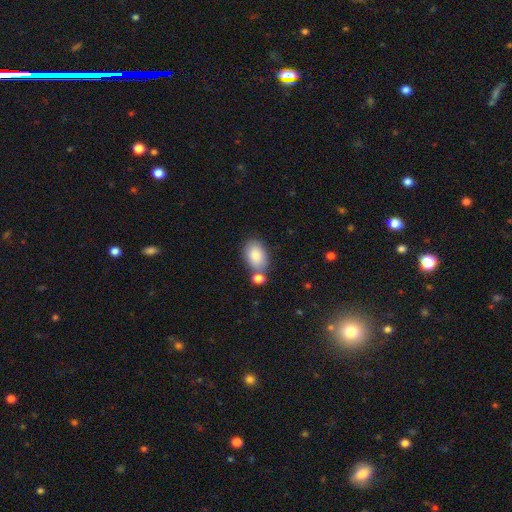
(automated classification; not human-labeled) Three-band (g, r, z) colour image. It shows a smooth galaxy with no disk features (86%) that is in between round and cigar-shaped (87%). Merging: none (58%).